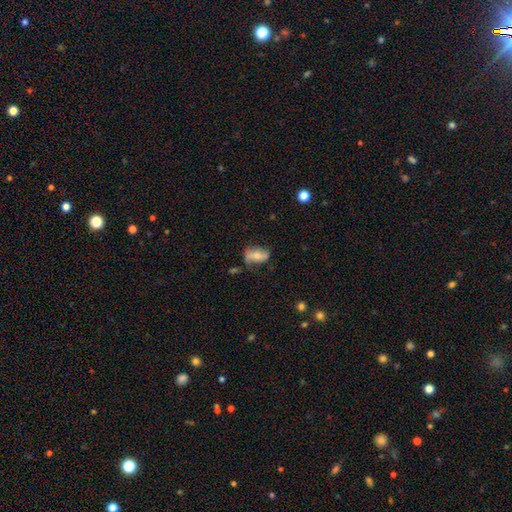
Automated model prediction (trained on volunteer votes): Smooth or featured? Predicted: featured or disk (p=0.49). Merging? Predicted: none (p=0.56).